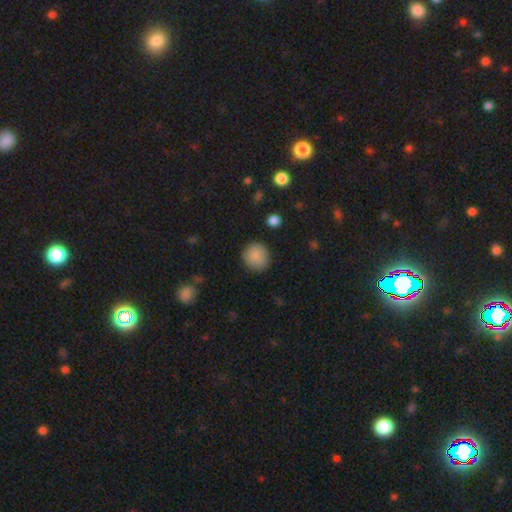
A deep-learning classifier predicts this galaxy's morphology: Smooth or featured?
  - smooth: 87% *
  - star or artifact: 8%
  - featured or disk: 5%
How rounded?
  - round: 88% *
  - in between: 11%
  - cigar-shaped: 1%
Merging?
  - none: 87% *
  - minor disturbance: 9%
  - major disturbance: 3%
  - merger: 1%